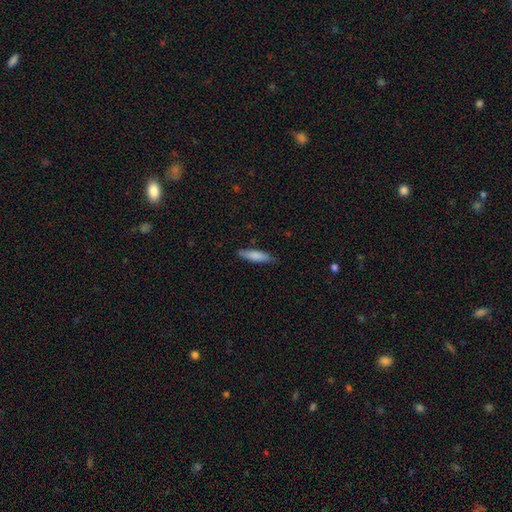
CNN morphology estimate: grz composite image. It shows a smooth galaxy with no disk features (82%) that is cigar-shaped (74%). Merging: none (84%).